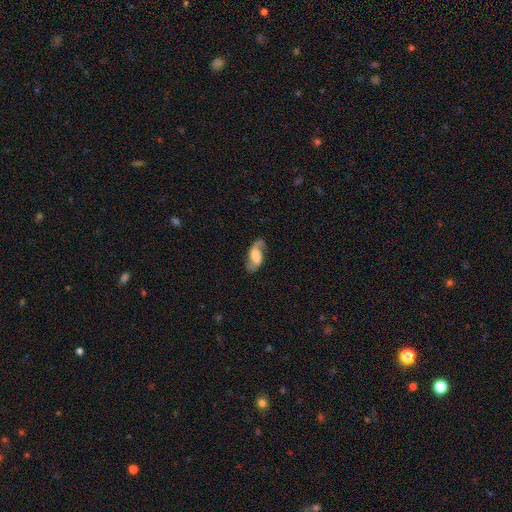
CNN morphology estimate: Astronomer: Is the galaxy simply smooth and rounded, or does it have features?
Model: featured or disk — 75%.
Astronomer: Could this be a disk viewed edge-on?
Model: no — 94%.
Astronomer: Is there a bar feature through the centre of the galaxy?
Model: weak — 44% (runner-up: no, 33%).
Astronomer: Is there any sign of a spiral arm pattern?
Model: yes — 92%.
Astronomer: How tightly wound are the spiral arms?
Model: loose — 49% (runner-up: medium, 40%).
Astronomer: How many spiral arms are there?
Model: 2 — 90%.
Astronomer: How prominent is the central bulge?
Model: large — 42% (runner-up: moderate, 28%).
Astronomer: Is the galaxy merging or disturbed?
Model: none — 77%.